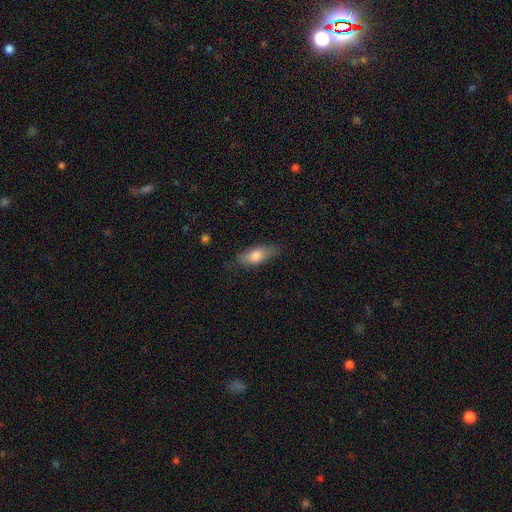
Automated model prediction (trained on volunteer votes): The model was most divided on "how rounded": in between: 75%, cigar-shaped: 22%, round: 3%. More confident: merging — none (77%); smooth or featured — smooth (74%).